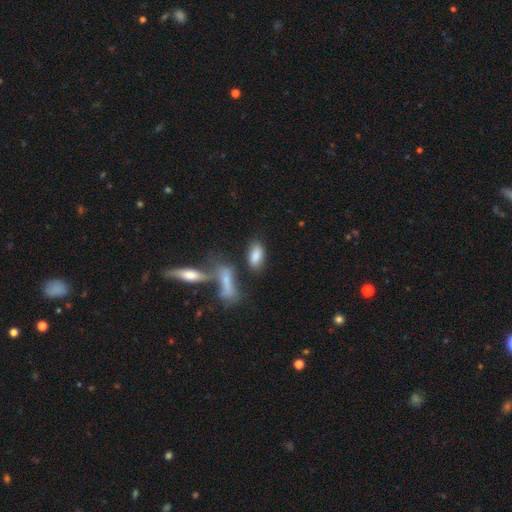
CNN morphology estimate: smooth 83%, featured or disk 10%, star or artifact 7%. Down the decision tree: how rounded — in between (88%); merging — none (61%).